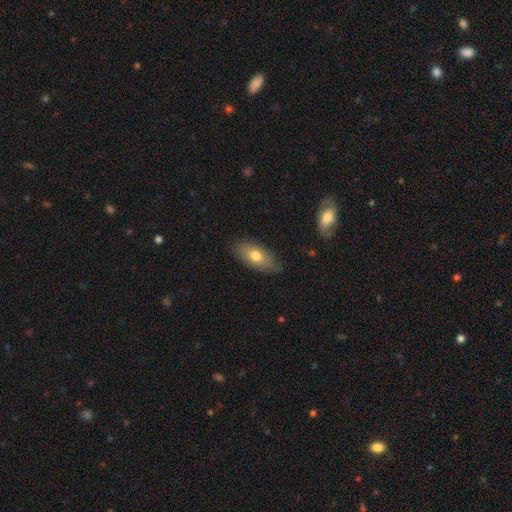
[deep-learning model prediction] Smooth or featured? smooth (72%)
How rounded? in between (86%)
Merging? none (75%)